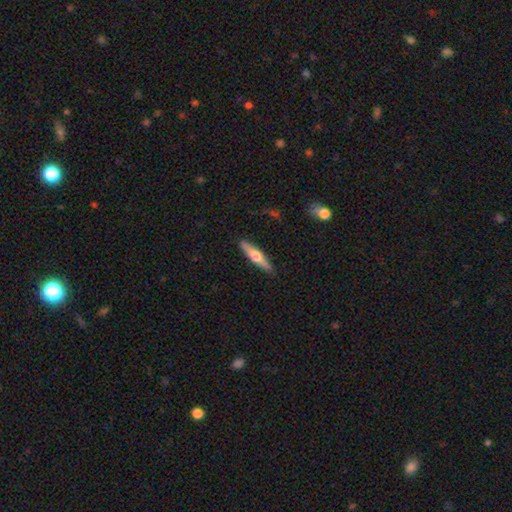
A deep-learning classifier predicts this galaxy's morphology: A smooth galaxy with no disk features (48%). Merging: none (89%).